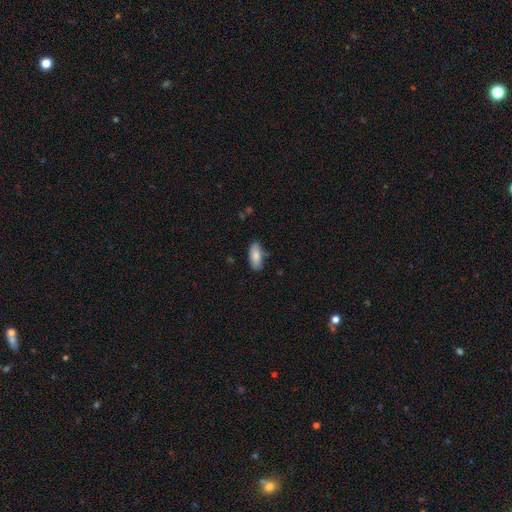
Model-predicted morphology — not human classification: Smooth or featured: smooth — 86% (featured or disk — 8%)
How rounded: in between — 86% (cigar-shaped — 13%)
Merging: none — 81% (minor disturbance — 14%)